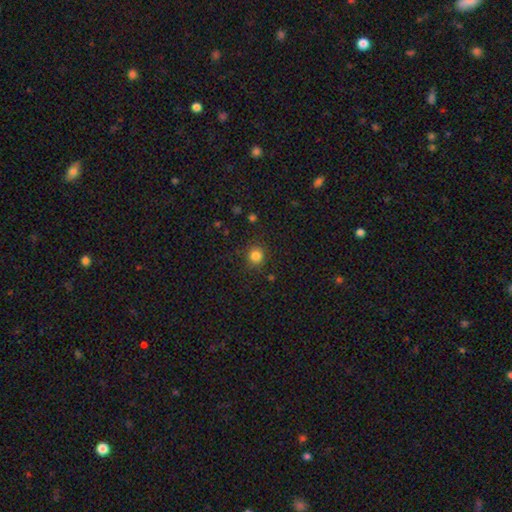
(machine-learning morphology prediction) The model was most divided on "smooth or featured": smooth: 83%, star or artifact: 13%, featured or disk: 5%. More confident: how rounded — round (89%); merging — none (87%).